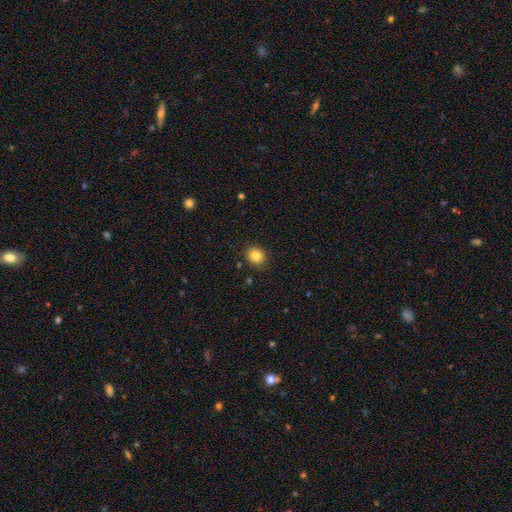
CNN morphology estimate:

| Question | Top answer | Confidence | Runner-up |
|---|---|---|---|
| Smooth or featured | smooth | 84% | star or artifact (10%) |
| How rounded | round | 73% | in between (26%) |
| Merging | none | 88% | minor disturbance (8%) |